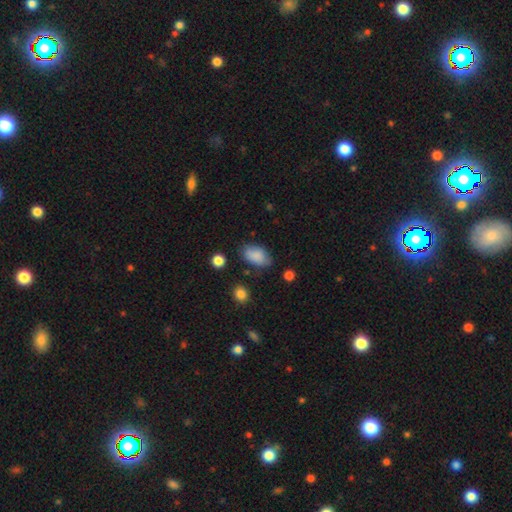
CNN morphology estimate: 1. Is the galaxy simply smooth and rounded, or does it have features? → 85% smooth, 8% star or artifact, 7% featured or disk.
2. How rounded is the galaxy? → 91% in between, 7% round, 2% cigar-shaped.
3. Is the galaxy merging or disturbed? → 70% none, 21% minor disturbance, 5% major disturbance, 3% merger.